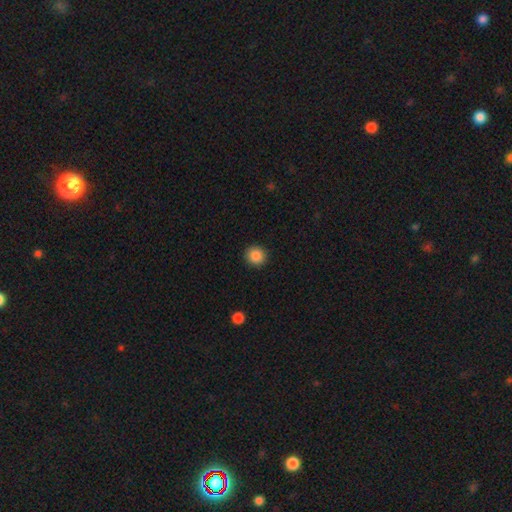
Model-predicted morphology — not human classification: smooth_or_featured: smooth (p=0.87) [alt: star or artifact p=0.09]
how_rounded: round (p=0.91) [alt: in between p=0.08]
merging: none (p=0.92) [alt: minor disturbance p=0.05]